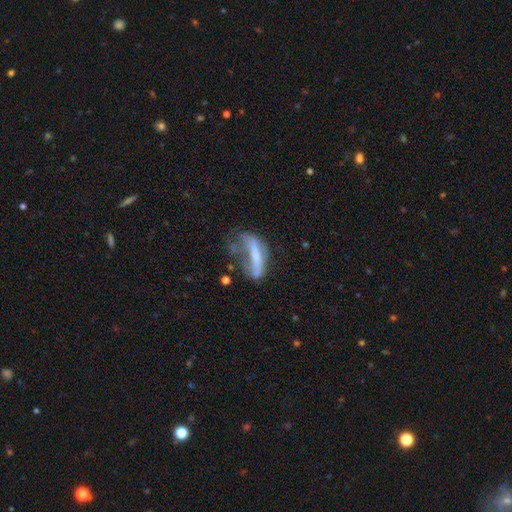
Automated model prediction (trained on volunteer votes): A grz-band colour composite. It shows a featured or disk galaxy (47%). Merging: major disturbance (42%).